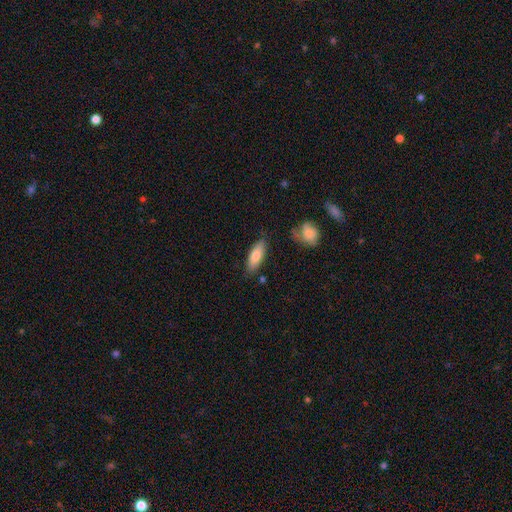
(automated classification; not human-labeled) Overall: smooth (78%). How rounded: in between (68%; cigar-shaped 30%). Merging: none (80%).